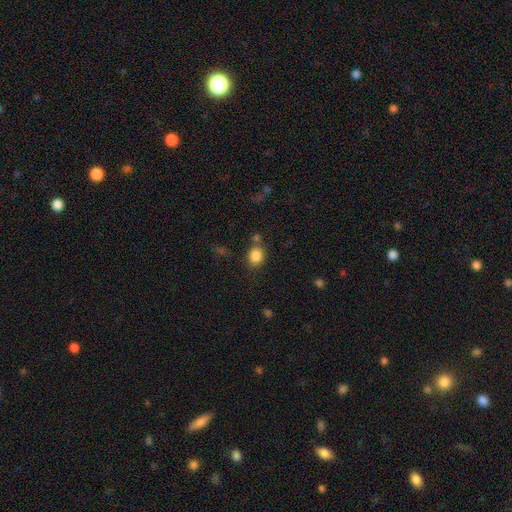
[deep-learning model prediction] This appears to be a smooth galaxy with no disk features (85%) that is round (63%). Merging: none (72%).